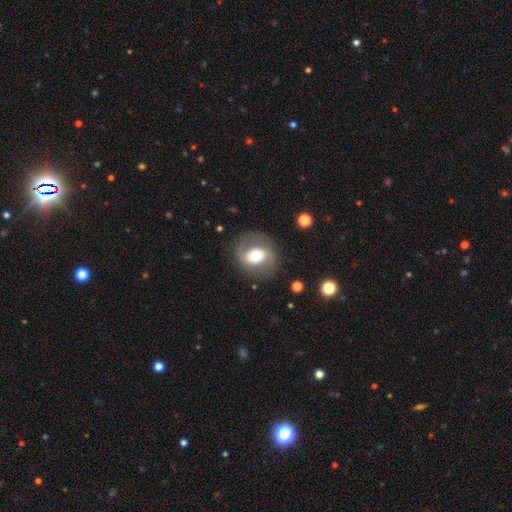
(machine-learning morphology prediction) smooth 47%, featured or disk 44%, star or artifact 9%. Down the decision tree: merging — none (77%).